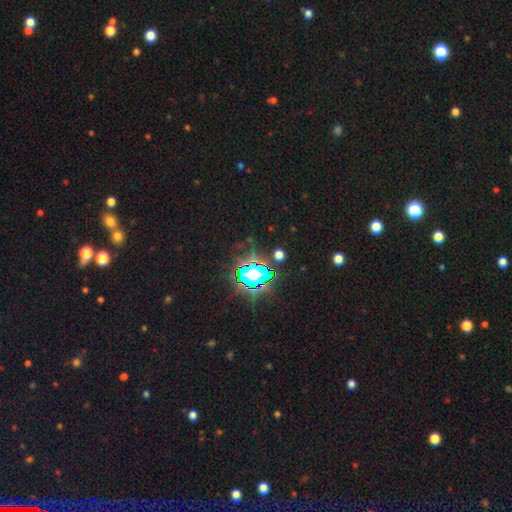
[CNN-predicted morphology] Q: Smooth or featured?
A: star or artifact (68%); runner-up: smooth (22%)